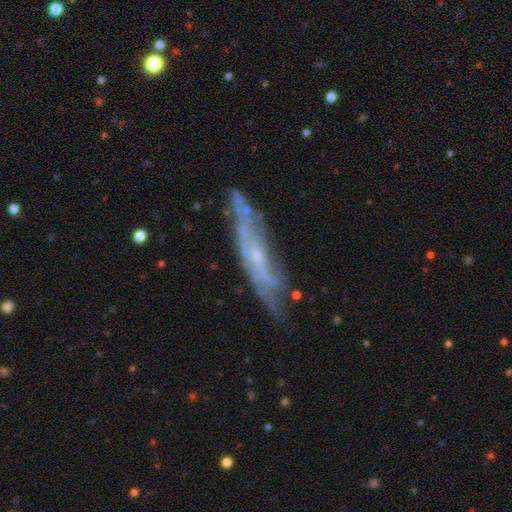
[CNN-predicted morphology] The model was most divided on "edge-on disk": yes: 52%, no: 48%. More confident: smooth or featured — featured or disk (70%); merging — none (68%).